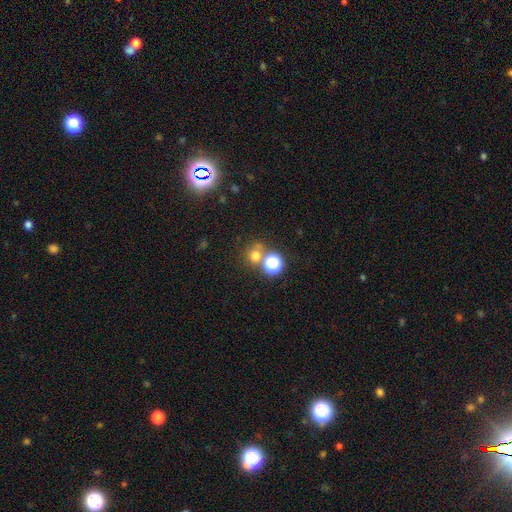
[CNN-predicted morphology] type=smooth (66%); roundness=round (86%); merging=none (62%).